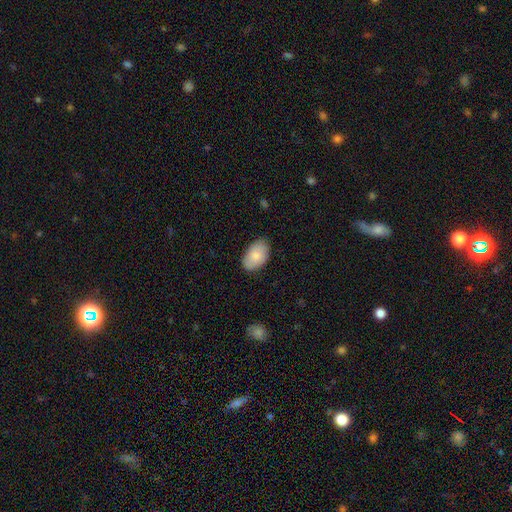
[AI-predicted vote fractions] A smooth galaxy with no disk features (84%) that is in between round and cigar-shaped (93%).

Vote fractions:
- Smooth or featured? smooth: 84% / featured or disk: 10% / star or artifact: 6%
- How rounded? in between: 93% / round: 6% / cigar-shaped: 1%
- Merging? none: 81% / minor disturbance: 16% / major disturbance: 3% / merger: 1%